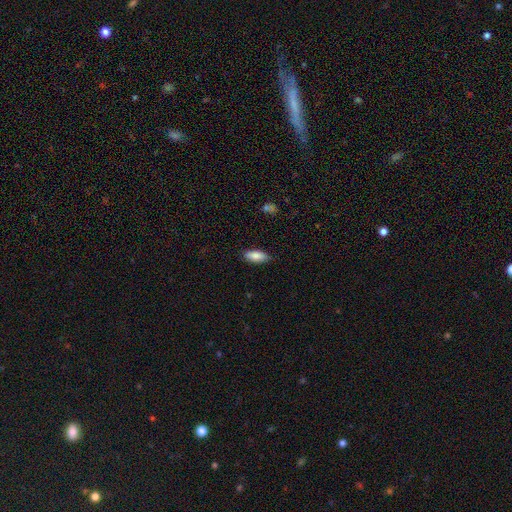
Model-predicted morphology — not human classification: Smooth or featured? smooth (85%)
How rounded? in between (80%)
Merging? none (83%)